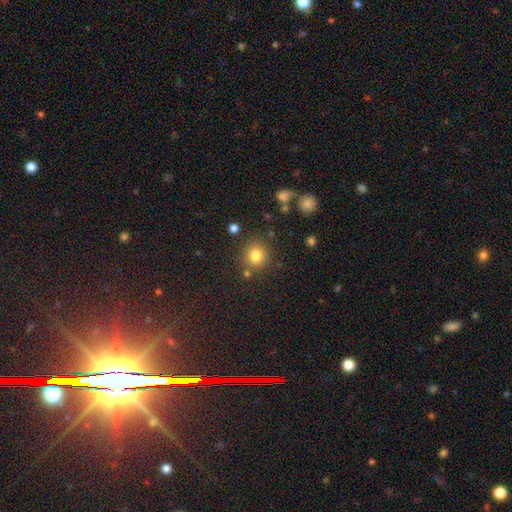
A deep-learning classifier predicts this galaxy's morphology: type=smooth (81%); roundness=round (89%); merging=none (82%).